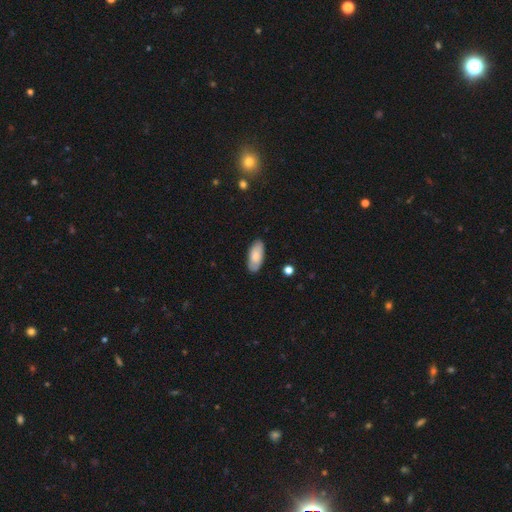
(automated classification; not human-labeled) Smooth or featured?
  - smooth: 83% *
  - featured or disk: 12%
  - star or artifact: 6%
How rounded?
  - in between: 89% *
  - cigar-shaped: 10%
  - round: 2%
Merging?
  - none: 87% *
  - minor disturbance: 10%
  - major disturbance: 2%
  - merger: 1%